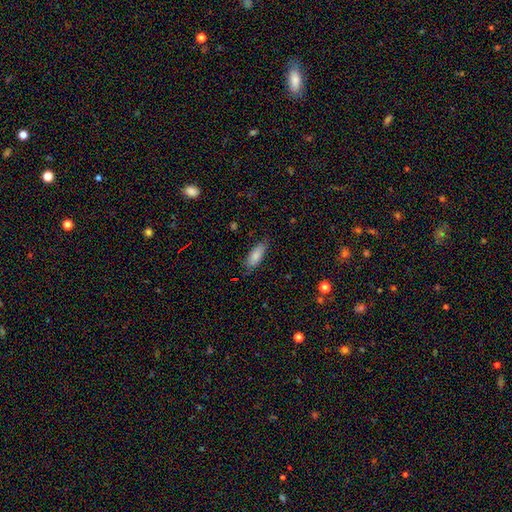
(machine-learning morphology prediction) Smooth or featured? smooth (82%)
How rounded? in between (72%)
Merging? none (78%)